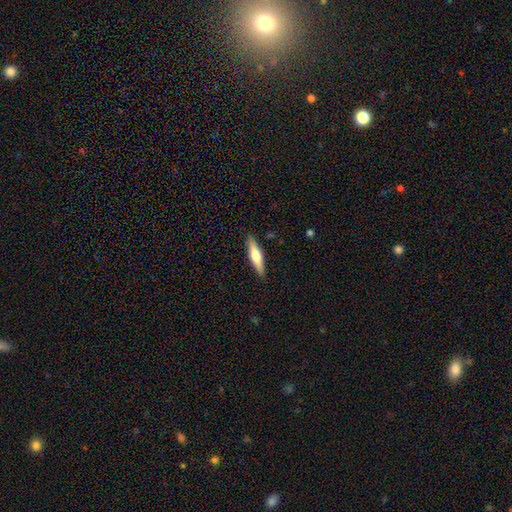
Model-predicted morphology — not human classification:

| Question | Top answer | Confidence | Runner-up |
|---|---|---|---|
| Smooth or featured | smooth | 49% | featured or disk (46%) |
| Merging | none | 90% | minor disturbance (8%) |